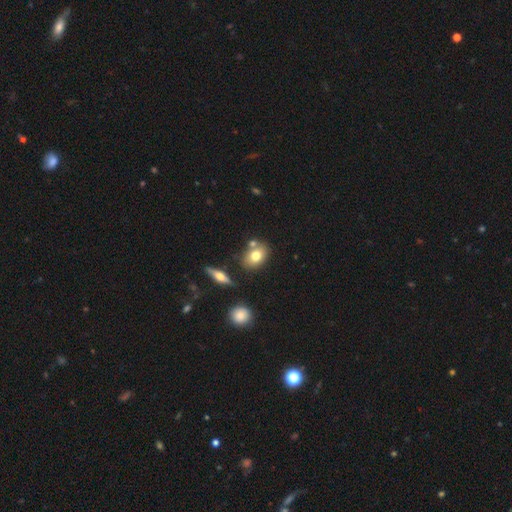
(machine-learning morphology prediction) Smooth or featured: smooth — 72% (featured or disk — 19%)
How rounded: in between — 74% (round — 24%)
Merging: none — 65% (merger — 18%)